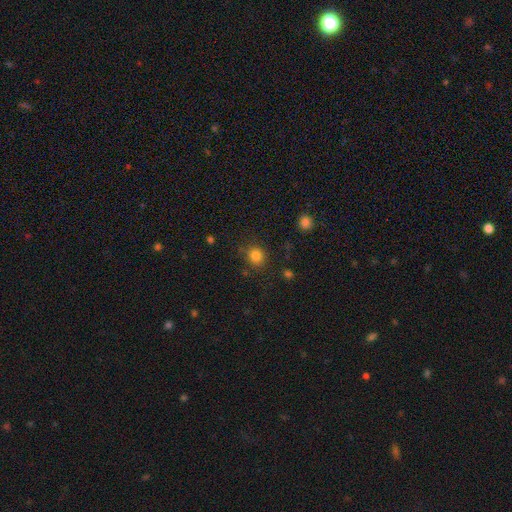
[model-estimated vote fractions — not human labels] Morphology: type=smooth (82%); roundness=round (83%); merging=none (82%).